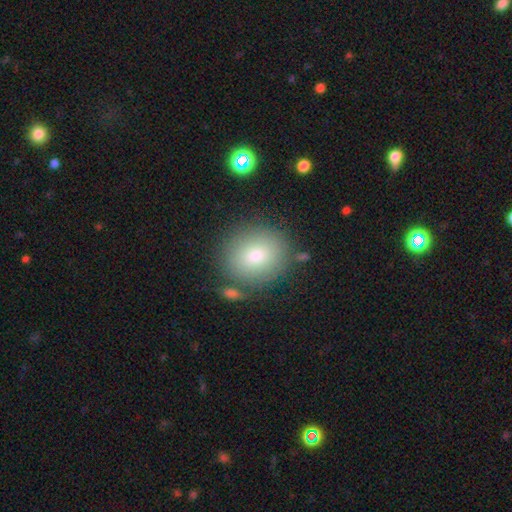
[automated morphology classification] Overall: smooth (79%). How rounded: round (80%). Merging: none (81%).